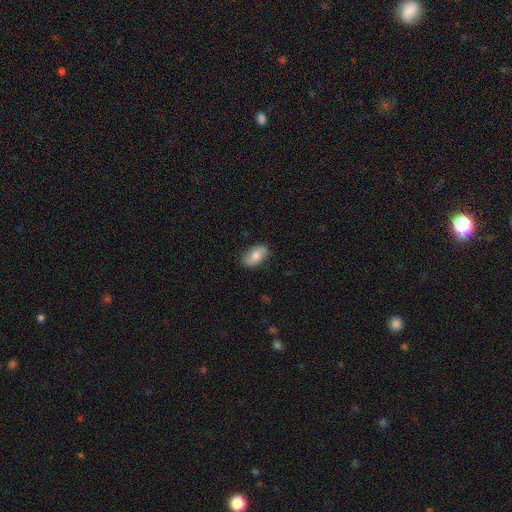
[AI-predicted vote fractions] A smooth galaxy with no disk features (62%) that is in between round and cigar-shaped (90%). Merging: none (81%).